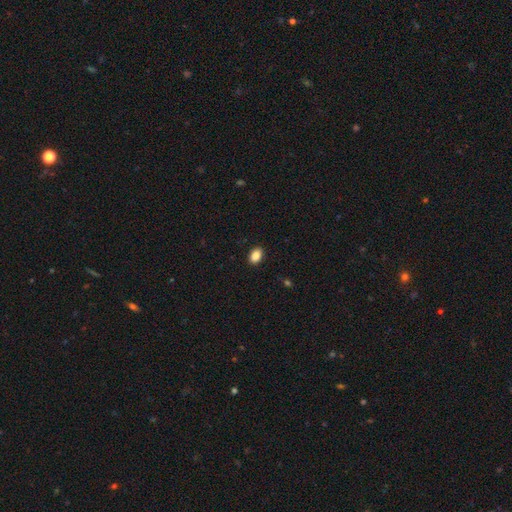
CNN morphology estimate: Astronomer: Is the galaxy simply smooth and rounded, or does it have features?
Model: smooth — 88%.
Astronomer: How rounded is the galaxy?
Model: in between — 85%.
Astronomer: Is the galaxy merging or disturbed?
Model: none — 90%.